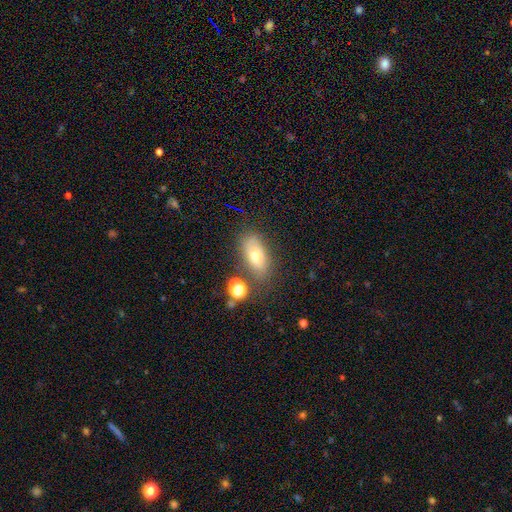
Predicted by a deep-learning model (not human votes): A smooth galaxy with no disk features (66%) that is in between round and cigar-shaped (84%). Merging: none (71%).